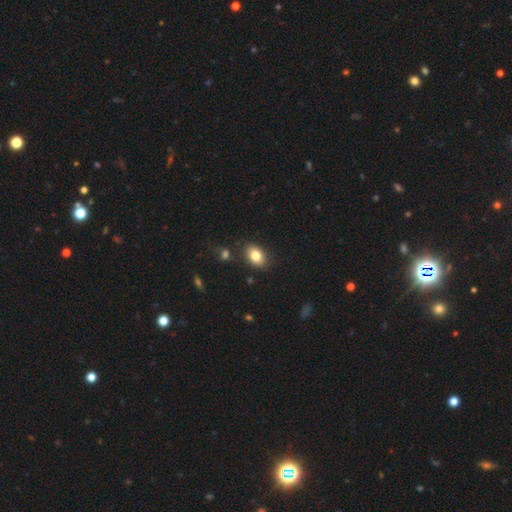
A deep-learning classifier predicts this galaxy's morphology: Smooth or featured: smooth — 82% (featured or disk — 9%)
How rounded: in between — 82% (round — 17%)
Merging: none — 83% (minor disturbance — 11%)